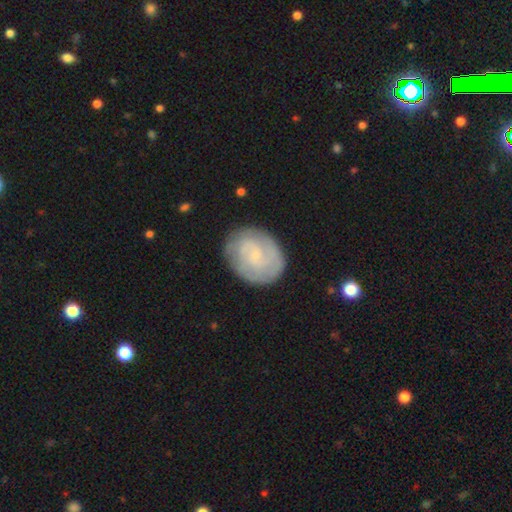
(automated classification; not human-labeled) Overall: featured or disk (62%; smooth 32%). Edge-on disk: no (97%). Bar: no (67%; weak 29%). Spiral arms: yes (85%). Spiral arm count: can't tell (43%; 2 30%). Spiral winding: tight (63%; medium 27%). Bulge size: small (77%). Merging: none (78%).